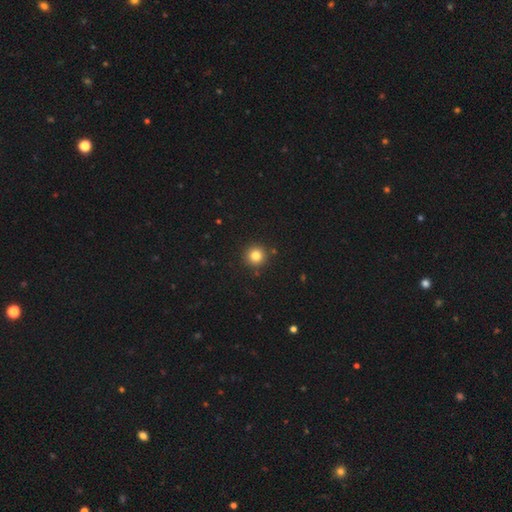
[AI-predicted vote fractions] Smooth or featured: smooth — 81% (star or artifact — 12%)
How rounded: round — 95% (in between — 4%)
Merging: none — 91% (minor disturbance — 5%)